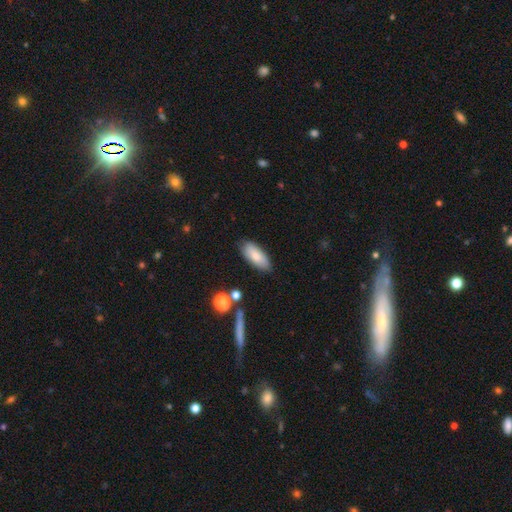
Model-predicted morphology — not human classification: Smooth or featured?
  - smooth: 81% *
  - featured or disk: 12%
  - star or artifact: 7%
How rounded?
  - in between: 84% *
  - cigar-shaped: 14%
  - round: 2%
Merging?
  - none: 79% *
  - minor disturbance: 15%
  - major disturbance: 3%
  - merger: 2%